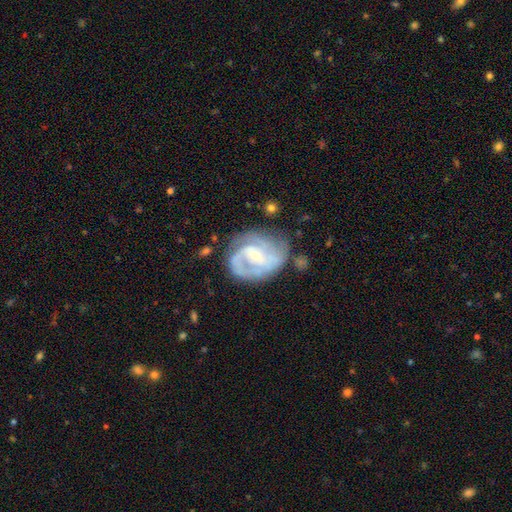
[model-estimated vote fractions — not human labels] Morphology: type=featured or disk (85%); edge-on=no (98%); bar=weak (43%); spiral arms=yes (94%); winding=tight (44%); arm count=2 (48%); bulge=small (69%); merging=none (61%).